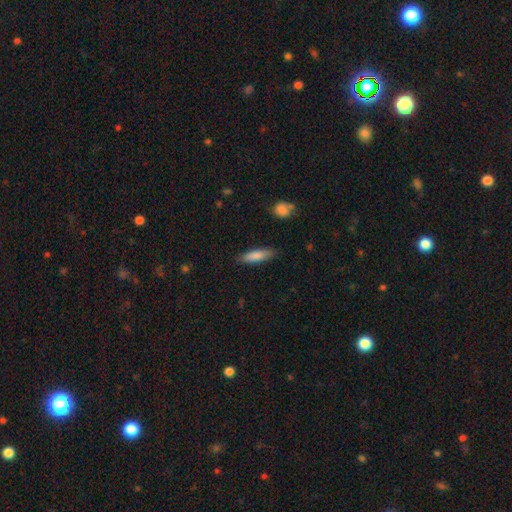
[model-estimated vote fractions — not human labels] Smooth or featured? smooth (82%)
How rounded? cigar-shaped (66%)
Merging? none (85%)